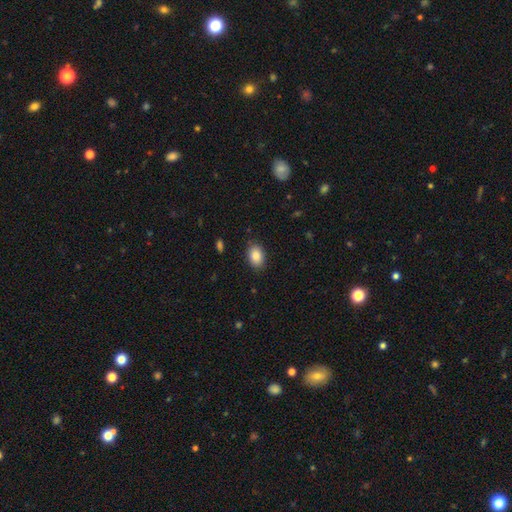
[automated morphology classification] smooth_or_featured: smooth (p=0.87) [alt: star or artifact p=0.07]
how_rounded: in between (p=0.84) [alt: round p=0.15]
merging: none (p=0.87) [alt: minor disturbance p=0.10]